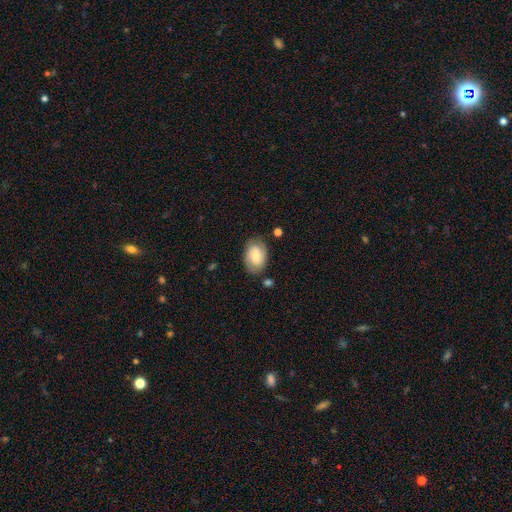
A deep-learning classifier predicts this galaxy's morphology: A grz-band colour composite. It shows a smooth galaxy with no disk features (63%) that is in between round and cigar-shaped (85%). Merging: none (75%).